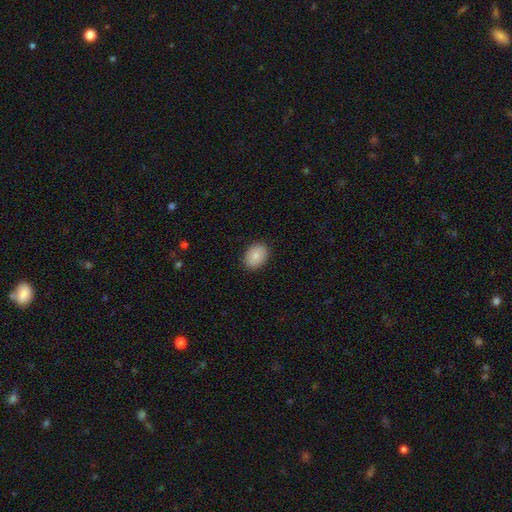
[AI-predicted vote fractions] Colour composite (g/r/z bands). It shows a smooth galaxy with no disk features (86%) that is in between round and cigar-shaped (73%). Merging: none (90%).